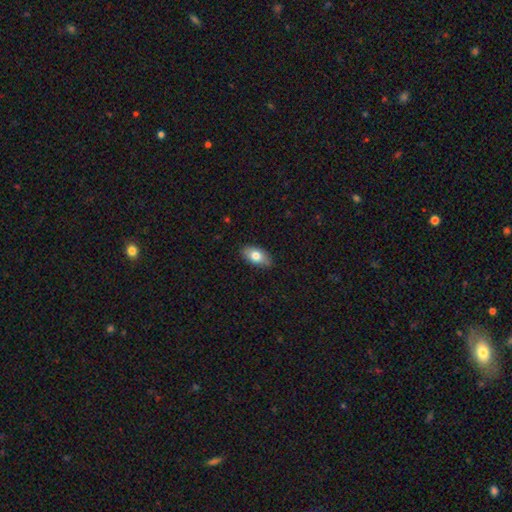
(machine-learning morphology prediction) smooth_or_featured: smooth (p=0.77) [alt: featured or disk p=0.16]
how_rounded: in between (p=0.91) [alt: round p=0.05]
merging: none (p=0.85) [alt: minor disturbance p=0.12]